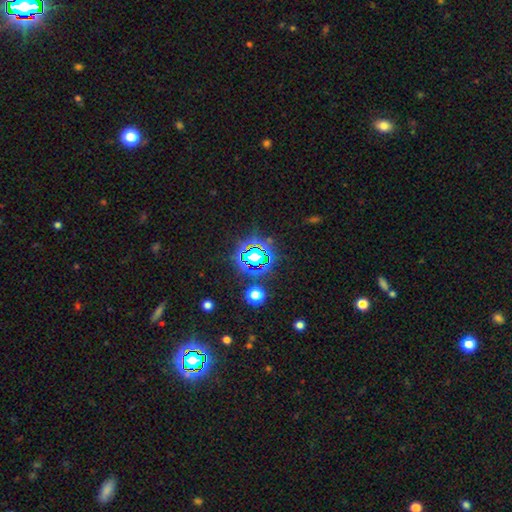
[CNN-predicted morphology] Smooth or featured? star or artifact (68%)